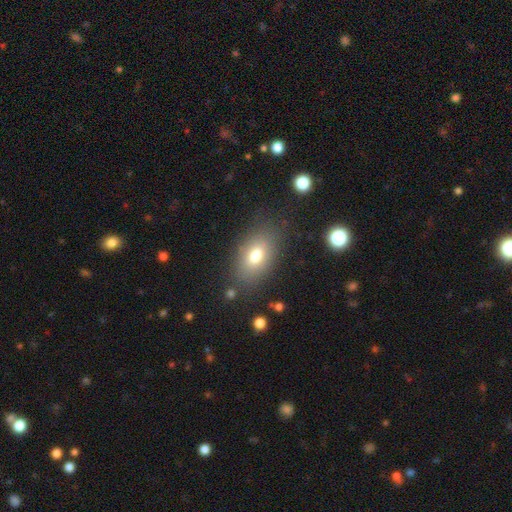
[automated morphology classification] The model was most divided on "smooth or featured": smooth: 74%, featured or disk: 15%, star or artifact: 11%. More confident: how rounded — in between (85%); merging — none (78%).